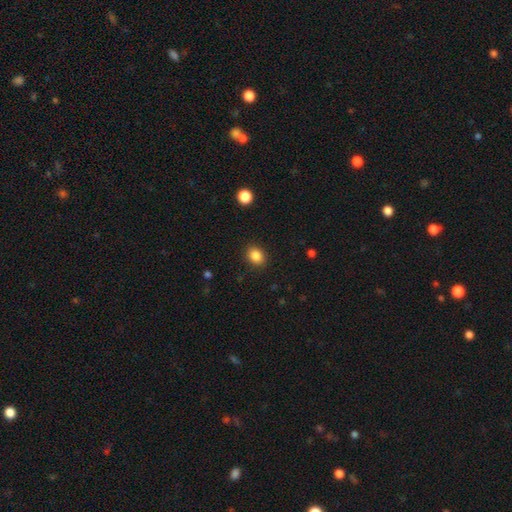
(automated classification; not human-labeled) Q: Smooth or featured?
A: smooth (87%); runner-up: star or artifact (10%)
Q: How rounded?
A: in between (50%); runner-up: round (49%)
Q: Merging?
A: none (89%); runner-up: minor disturbance (8%)